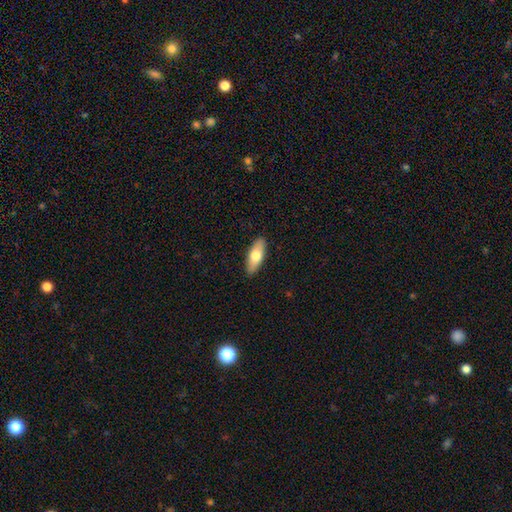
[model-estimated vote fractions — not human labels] smooth_or_featured: smooth (p=0.69) [alt: featured or disk p=0.25]
how_rounded: in between (p=0.71) [alt: cigar-shaped p=0.26]
merging: none (p=0.89) [alt: minor disturbance p=0.08]